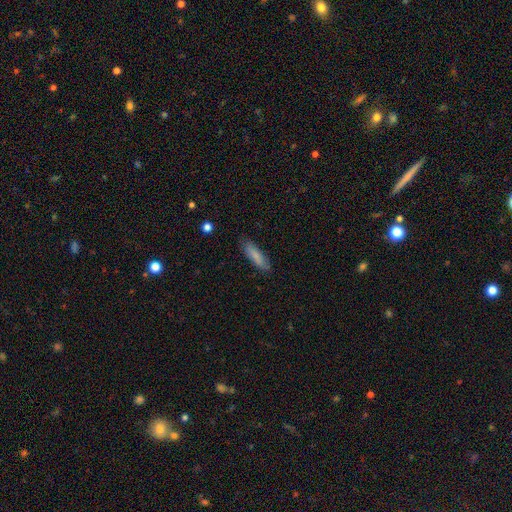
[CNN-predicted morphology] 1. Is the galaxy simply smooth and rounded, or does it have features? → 82% smooth, 12% featured or disk, 6% star or artifact.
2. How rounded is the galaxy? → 71% cigar-shaped, 28% in between, 1% round.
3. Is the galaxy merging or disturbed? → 83% none, 13% minor disturbance, 2% major disturbance, 1% merger.